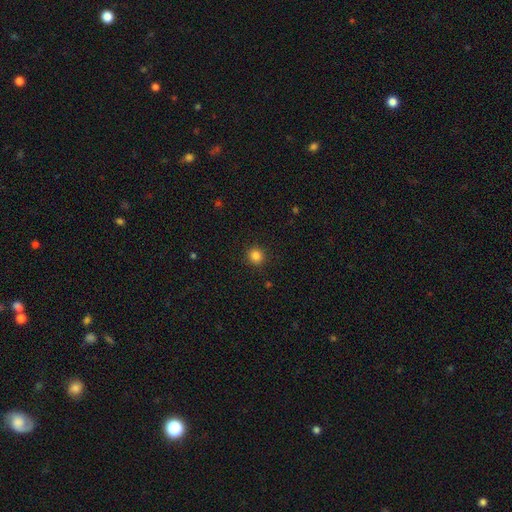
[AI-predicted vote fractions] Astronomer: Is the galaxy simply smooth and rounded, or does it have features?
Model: smooth — 85%.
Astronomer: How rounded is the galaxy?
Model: round — 92%.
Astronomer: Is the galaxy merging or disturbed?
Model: none — 91%.